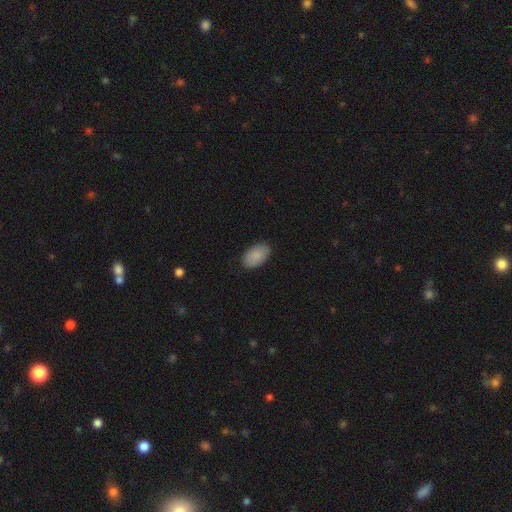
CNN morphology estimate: Smooth or featured?
  - smooth: 88% *
  - star or artifact: 6%
  - featured or disk: 5%
How rounded?
  - in between: 94% *
  - round: 4%
  - cigar-shaped: 1%
Merging?
  - none: 88% *
  - minor disturbance: 9%
  - major disturbance: 2%
  - merger: 1%